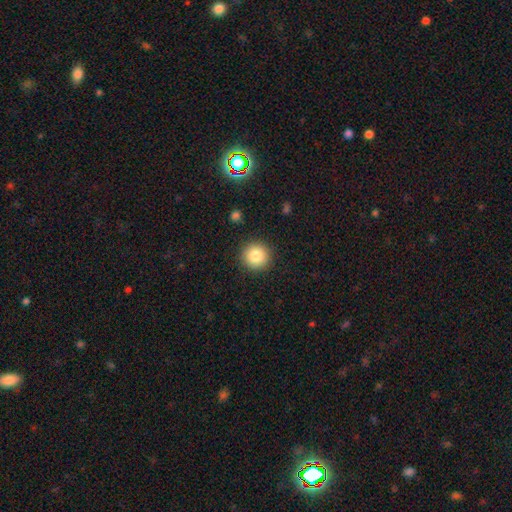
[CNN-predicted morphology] Smooth or featured: smooth — 85% (star or artifact — 9%)
How rounded: round — 95% (in between — 4%)
Merging: none — 91% (minor disturbance — 6%)